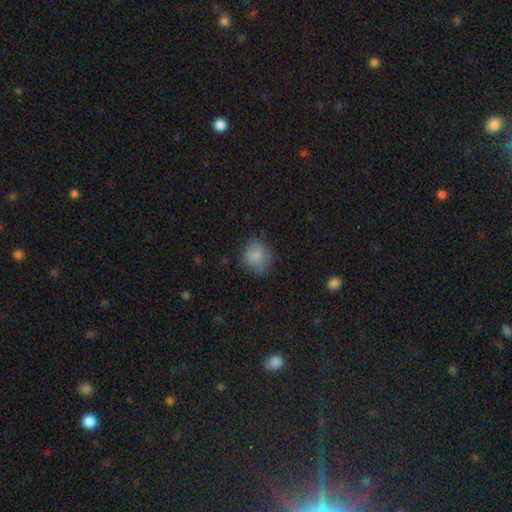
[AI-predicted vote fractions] This is clearly a smooth galaxy (83%). How rounded: likely round (73%). Merging: likely none (72%).